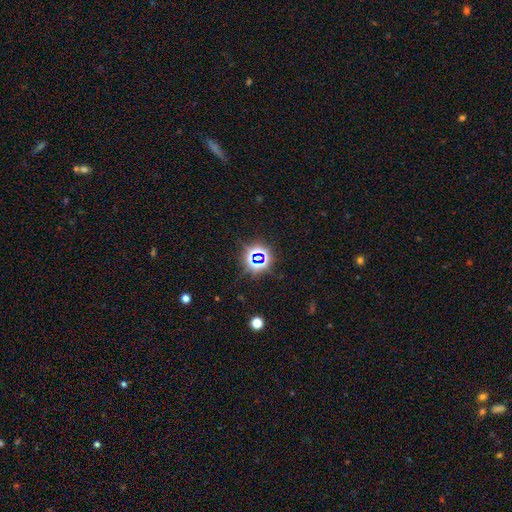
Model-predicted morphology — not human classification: A star or artifact, not a galaxy (76%).